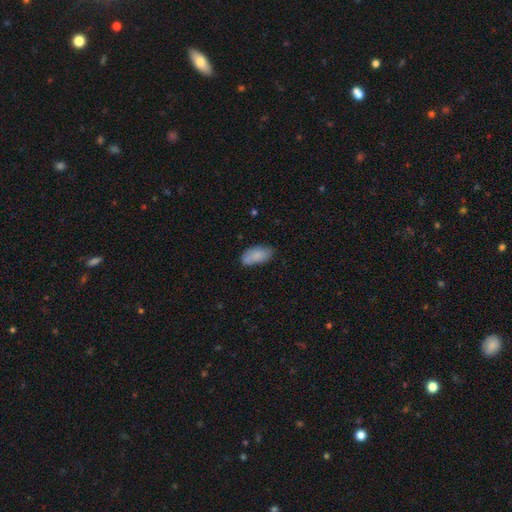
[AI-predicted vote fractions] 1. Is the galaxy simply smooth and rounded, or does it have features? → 84% smooth, 9% featured or disk, 7% star or artifact.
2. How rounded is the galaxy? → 94% in between, 4% cigar-shaped, 3% round.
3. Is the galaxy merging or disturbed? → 70% none, 22% minor disturbance, 4% major disturbance, 3% merger.